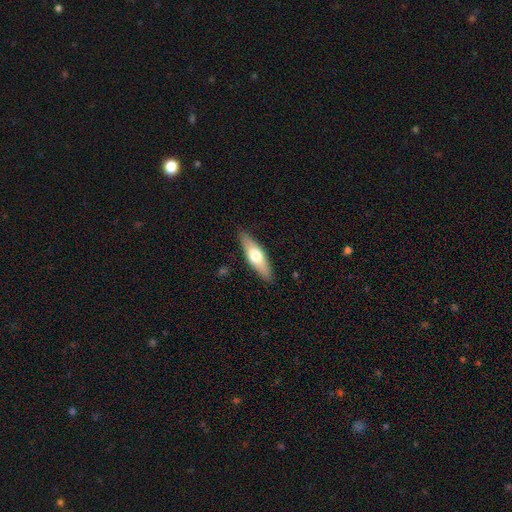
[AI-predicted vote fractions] smooth 57%, featured or disk 38%, star or artifact 6%. Down the decision tree: how rounded — cigar-shaped (52%); merging — none (88%).